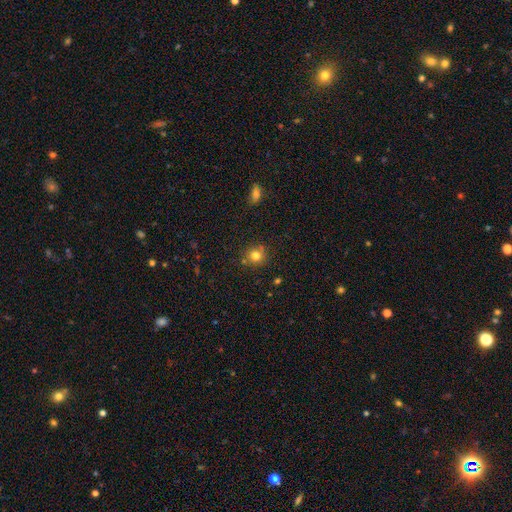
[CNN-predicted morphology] smooth 78%, star or artifact 14%, featured or disk 8%. Down the decision tree: how rounded — round (89%); merging — none (80%).